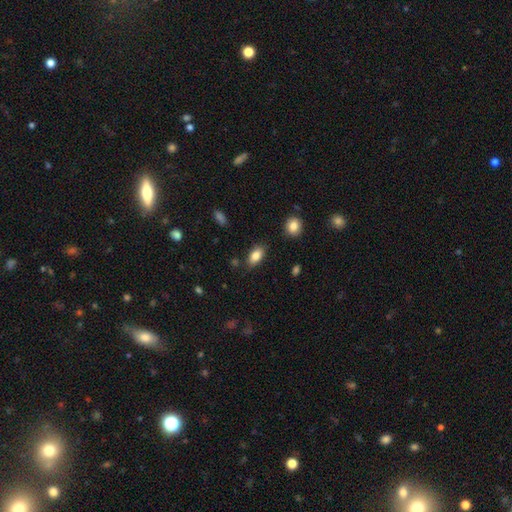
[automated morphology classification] A smooth galaxy with no disk features (84%) that is in between round and cigar-shaped (91%). Merging: none (83%).